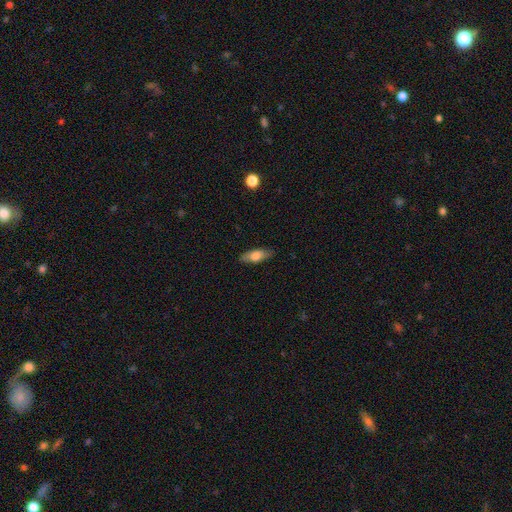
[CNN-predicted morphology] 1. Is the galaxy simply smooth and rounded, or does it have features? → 70% smooth, 23% featured or disk, 6% star or artifact.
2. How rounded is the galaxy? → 74% in between, 23% cigar-shaped, 3% round.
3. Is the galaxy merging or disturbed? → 84% none, 12% minor disturbance, 3% major disturbance, 1% merger.